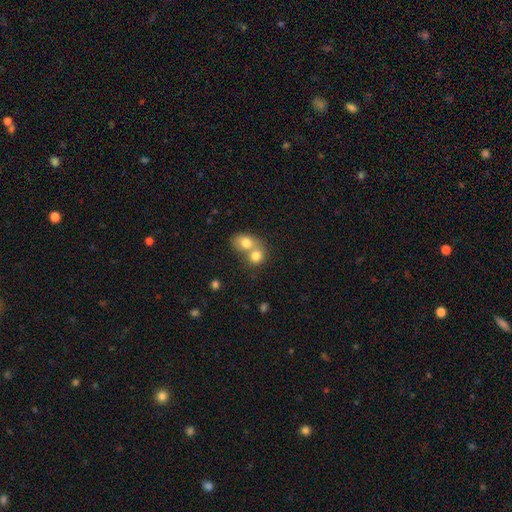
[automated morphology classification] This is likely a smooth galaxy (77%). How rounded: likely round (64%). Merging: likely merger (69%).